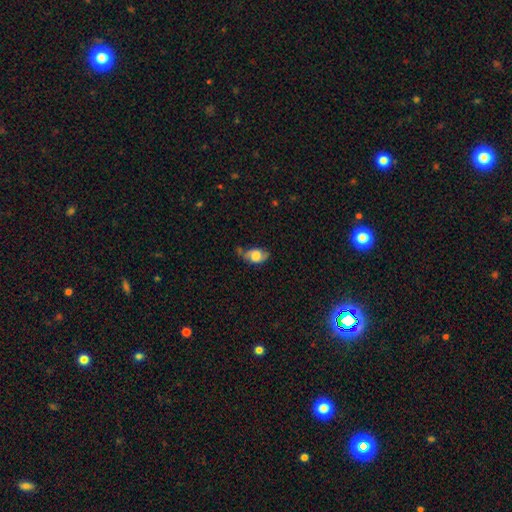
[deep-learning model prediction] Smooth or featured? smooth (53%)
How rounded? in between (87%)
Merging? none (52%)